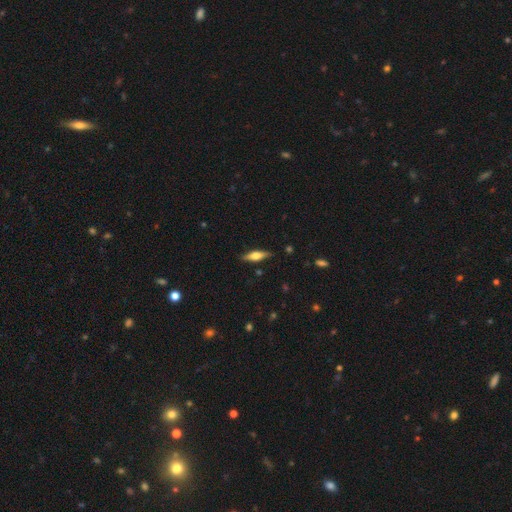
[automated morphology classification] Overall: featured or disk (47%, tied with smooth). Merging: none (85%).